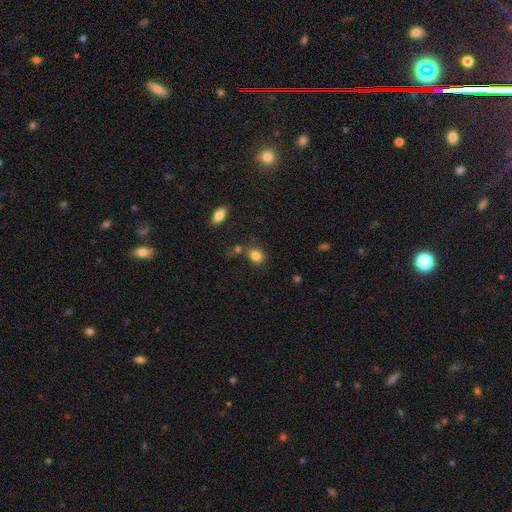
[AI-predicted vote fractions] smooth-or-featured: smooth: 83% | star or artifact: 11% | featured or disk: 6%
  how-rounded: round: 57% | in between: 41% | cigar-shaped: 1%
  merging: none: 66% | merger: 15% | minor disturbance: 13% | major disturbance: 5%